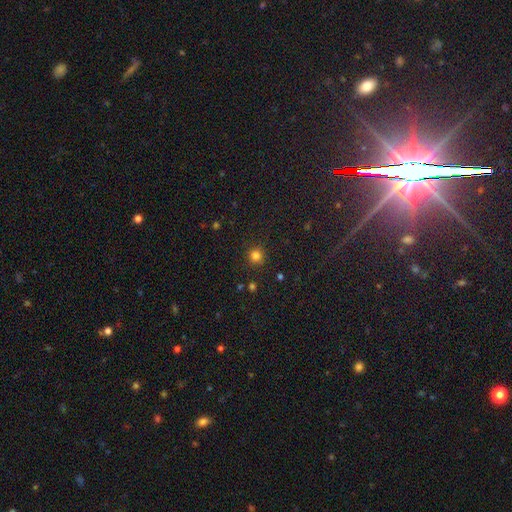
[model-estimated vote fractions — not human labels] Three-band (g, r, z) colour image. It shows a smooth galaxy with no disk features (81%) that is round (94%). Merging: none (91%).